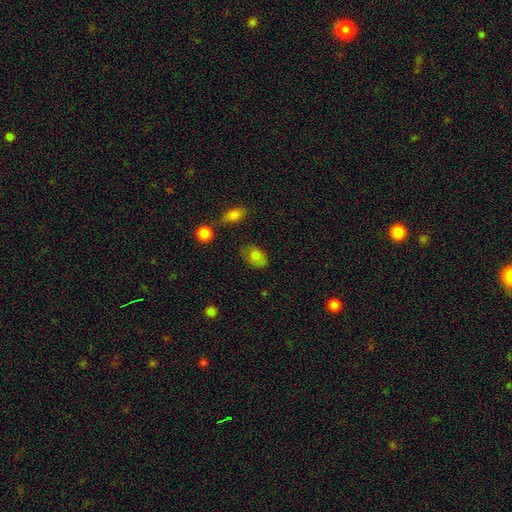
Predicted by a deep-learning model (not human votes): Overall: smooth (78%). How rounded: in between (82%). Merging: none (69%).